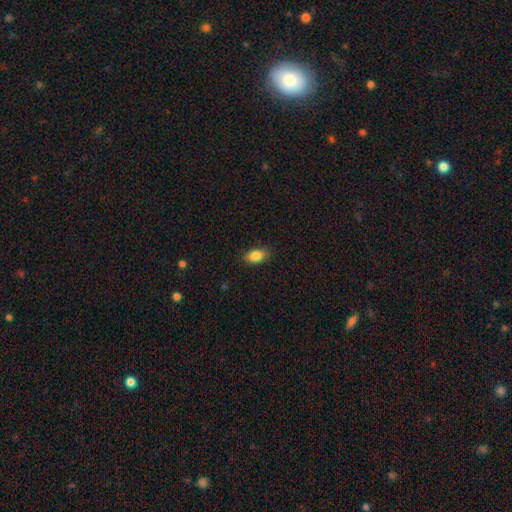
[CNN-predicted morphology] Q: Smooth or featured?
A: smooth (86%); runner-up: star or artifact (8%)
Q: How rounded?
A: in between (89%); runner-up: round (8%)
Q: Merging?
A: none (86%); runner-up: minor disturbance (11%)